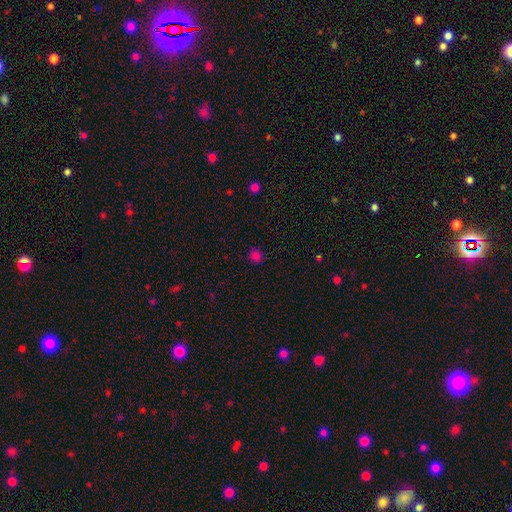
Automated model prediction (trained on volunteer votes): The model was most divided on "smooth or featured": smooth: 78%, star or artifact: 19%, featured or disk: 3%. More confident: merging — none (88%); how rounded — round (85%).